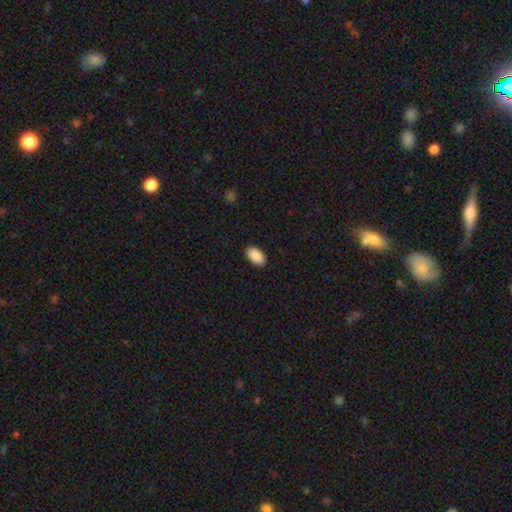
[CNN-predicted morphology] Overall: smooth (91%). How rounded: in between (95%). Merging: none (90%).